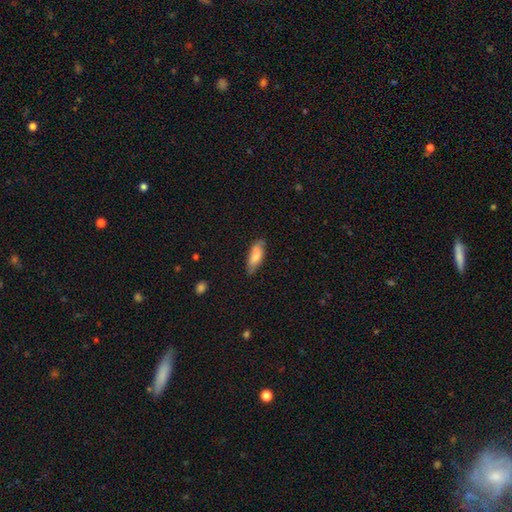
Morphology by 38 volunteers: A smooth galaxy with no disk features (74%) that is in between round and cigar-shaped (54%).

Vote fractions:
- Smooth or featured? smooth: 74% / featured or disk: 24% / star or artifact: 3%
- How rounded? in between: 54% / cigar-shaped: 46% / round: 0%
- Merging? none: 76% / minor disturbance: 22% / major disturbance: 3% / merger: 0%